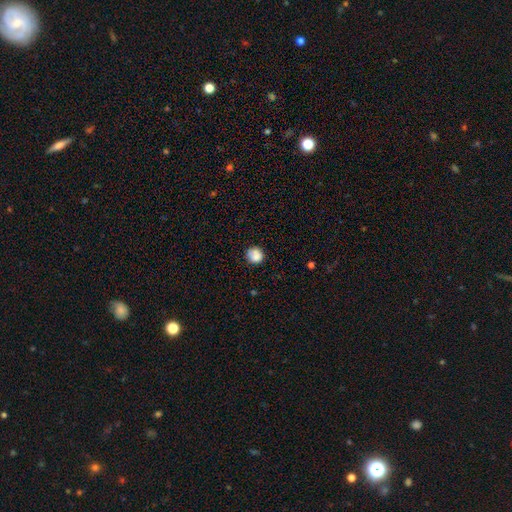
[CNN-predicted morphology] Smooth or featured?
  - smooth: 84% *
  - star or artifact: 9%
  - featured or disk: 7%
How rounded?
  - round: 89% *
  - in between: 10%
  - cigar-shaped: 1%
Merging?
  - none: 73% *
  - minor disturbance: 19%
  - major disturbance: 5%
  - merger: 3%